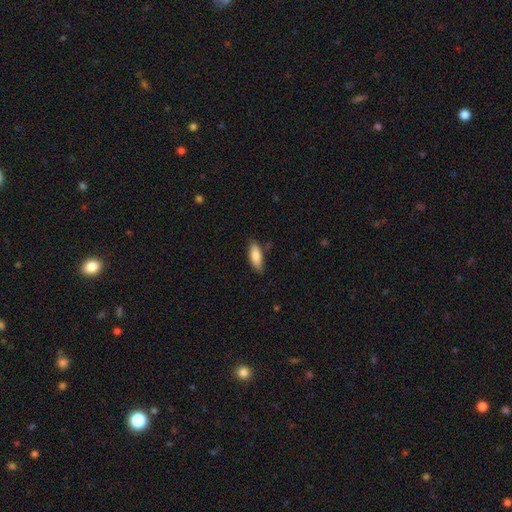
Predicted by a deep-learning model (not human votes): Q: Smooth or featured?
A: smooth (83%); runner-up: featured or disk (11%)
Q: How rounded?
A: in between (70%); runner-up: cigar-shaped (28%)
Q: Merging?
A: none (78%); runner-up: minor disturbance (17%)